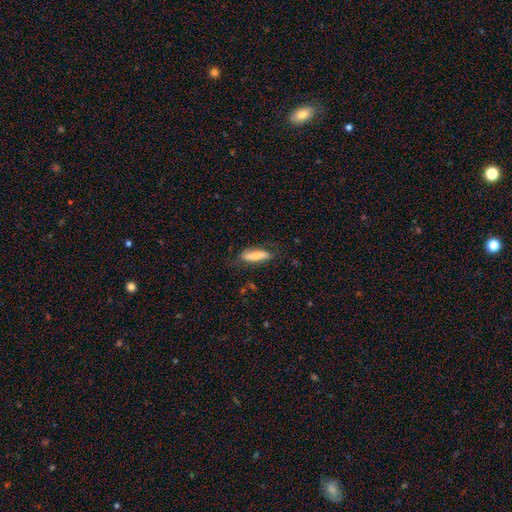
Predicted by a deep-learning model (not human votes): smooth 69%, featured or disk 25%, star or artifact 6%. Down the decision tree: how rounded — cigar-shaped (52%); merging — none (72%).